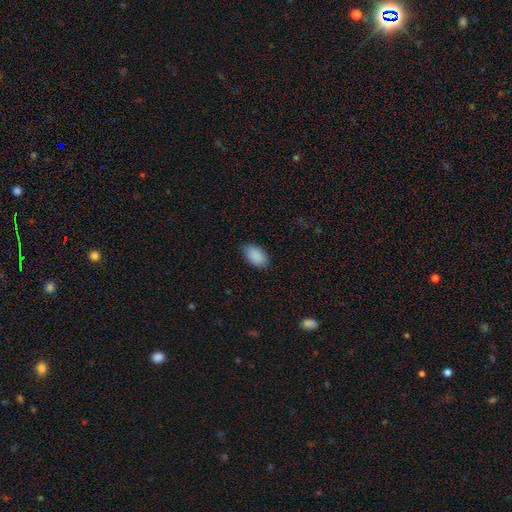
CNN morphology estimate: The model was most divided on "merging": none: 82%, minor disturbance: 14%, major disturbance: 3%, merger: 1%. More confident: how rounded — in between (93%); smooth or featured — smooth (90%).